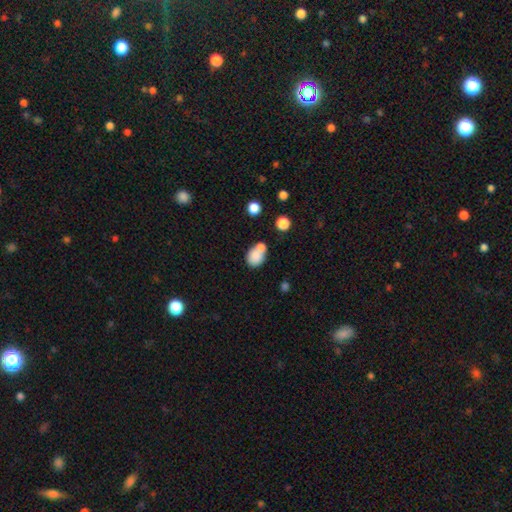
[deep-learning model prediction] Morphology: type=smooth (80%); roundness=round (56%); merging=none (42%).